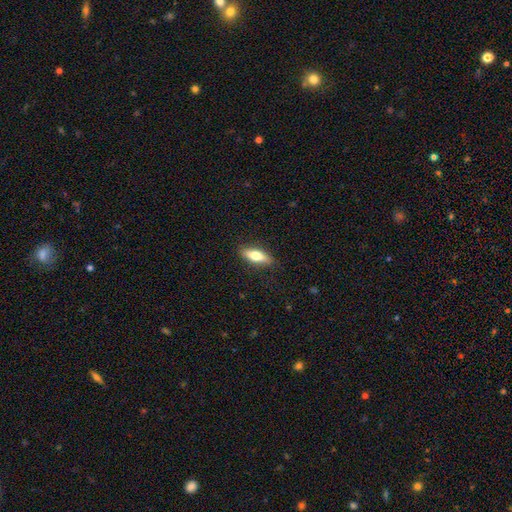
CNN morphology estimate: A smooth galaxy with no disk features (69%) that is in between round and cigar-shaped (59%). Merging: none (87%).